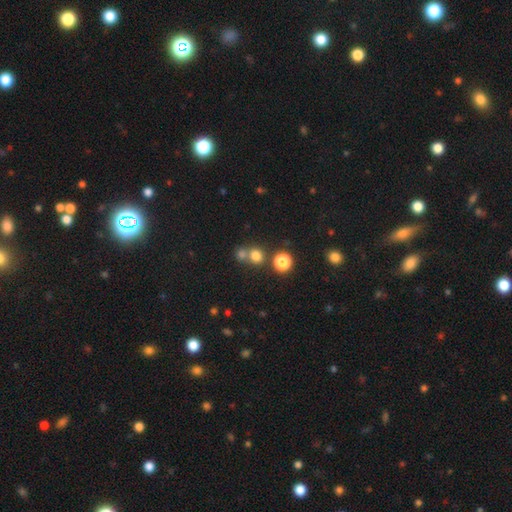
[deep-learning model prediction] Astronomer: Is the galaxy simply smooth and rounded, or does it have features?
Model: smooth — 73%.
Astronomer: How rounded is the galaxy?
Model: round — 86%.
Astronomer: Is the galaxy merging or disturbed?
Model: none — 57% (runner-up: merger, 34%).